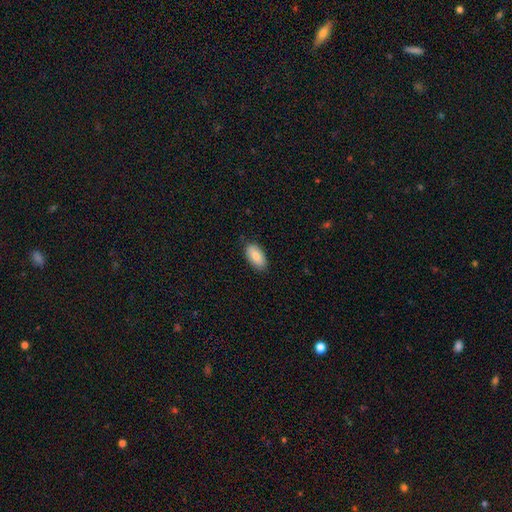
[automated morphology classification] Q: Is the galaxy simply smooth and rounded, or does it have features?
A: smooth — 83%.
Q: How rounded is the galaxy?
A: in between — 94%.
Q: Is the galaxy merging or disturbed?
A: none — 83%.